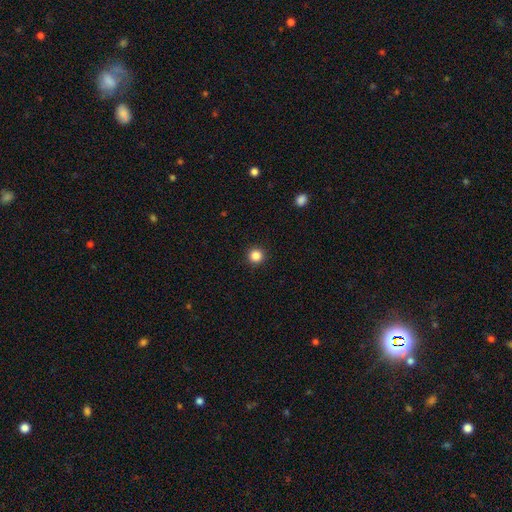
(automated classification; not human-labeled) Smooth or featured? smooth (86%)
How rounded? round (96%)
Merging? none (93%)